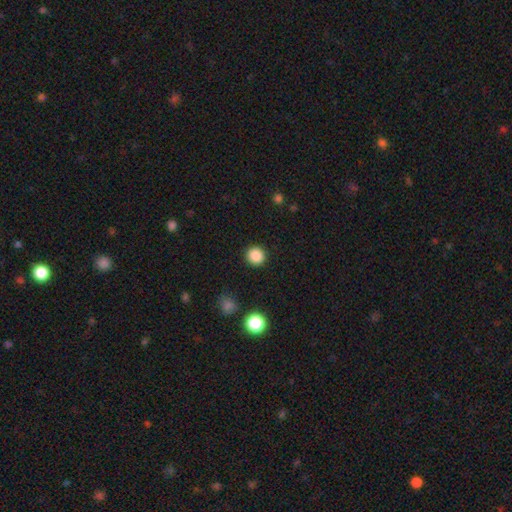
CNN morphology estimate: Smooth or featured?
  - smooth: 87% *
  - star or artifact: 10%
  - featured or disk: 3%
How rounded?
  - round: 93% *
  - in between: 6%
  - cigar-shaped: 1%
Merging?
  - none: 92% *
  - minor disturbance: 5%
  - major disturbance: 2%
  - merger: 1%